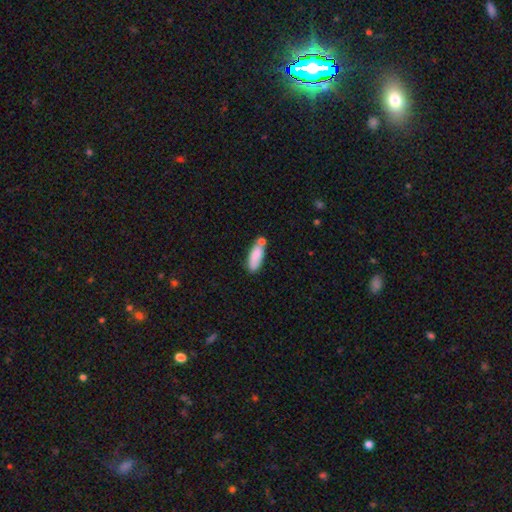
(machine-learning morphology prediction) The model was most divided on "merging": none: 52%, merger: 25%, minor disturbance: 18%, major disturbance: 5%. More confident: smooth or featured — smooth (82%); how rounded — in between (64%).